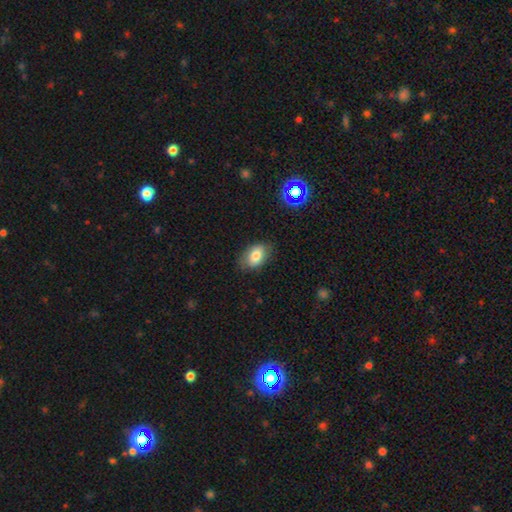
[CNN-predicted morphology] A smooth galaxy with no disk features (79%) that is in between round and cigar-shaped (87%).

Vote fractions:
- Smooth or featured? smooth: 79% / featured or disk: 11% / star or artifact: 9%
- How rounded? in between: 87% / round: 11% / cigar-shaped: 1%
- Merging? none: 78% / minor disturbance: 17% / major disturbance: 4% / merger: 1%